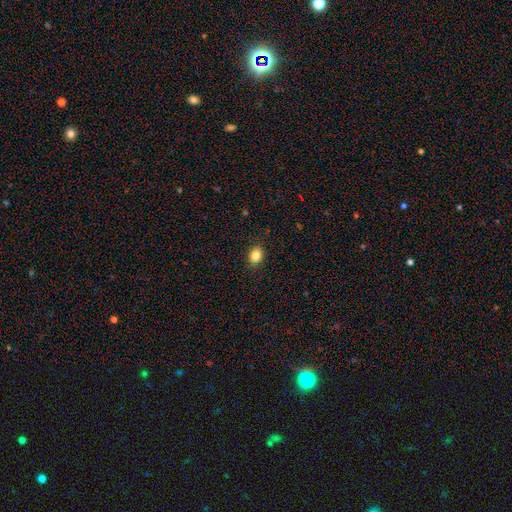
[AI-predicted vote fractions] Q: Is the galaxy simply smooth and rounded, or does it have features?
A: smooth — 84%.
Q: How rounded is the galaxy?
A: in between — 62%.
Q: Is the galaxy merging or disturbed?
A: none — 87%.